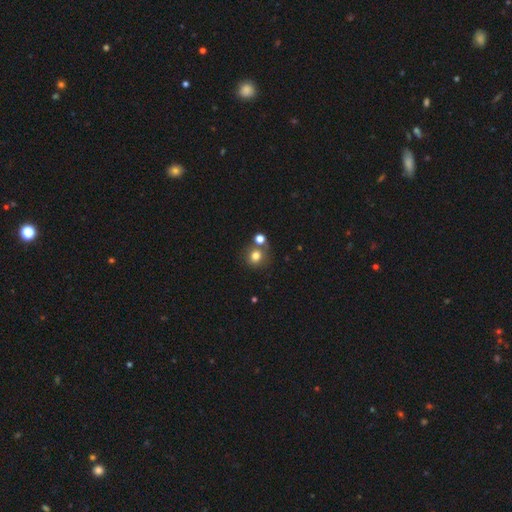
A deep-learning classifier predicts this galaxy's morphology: A smooth galaxy with no disk features (78%) that is round (83%).

Vote fractions:
- Smooth or featured? smooth: 78% / star or artifact: 13% / featured or disk: 9%
- How rounded? round: 83% / in between: 16% / cigar-shaped: 1%
- Merging? none: 62% / merger: 22% / minor disturbance: 11% / major disturbance: 5%